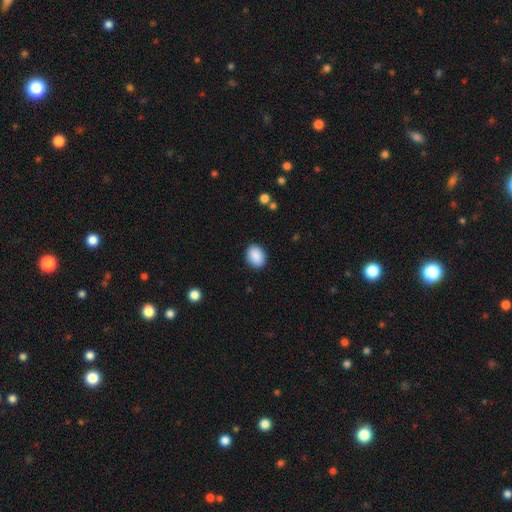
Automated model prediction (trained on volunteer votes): Smooth or featured: smooth — 89% (star or artifact — 7%)
How rounded: in between — 68% (round — 31%)
Merging: none — 88% (minor disturbance — 9%)